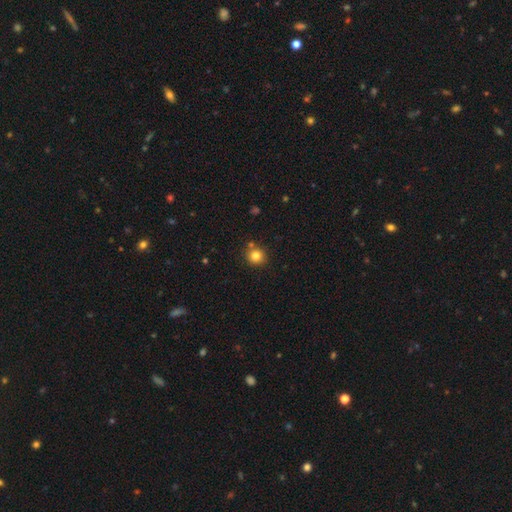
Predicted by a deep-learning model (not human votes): A smooth galaxy with no disk features (81%) that is round (91%).

Vote fractions:
- Smooth or featured? smooth: 81% / star or artifact: 12% / featured or disk: 6%
- How rounded? round: 91% / in between: 8% / cigar-shaped: 1%
- Merging? none: 80% / minor disturbance: 9% / merger: 8% / major disturbance: 2%